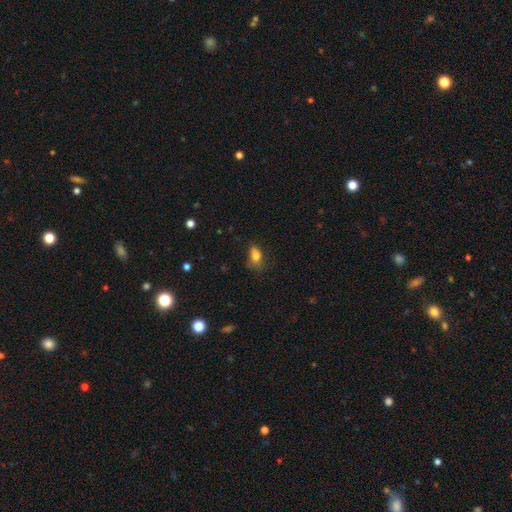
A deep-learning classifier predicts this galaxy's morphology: A smooth galaxy with no disk features (79%) that is in between round and cigar-shaped (82%).

Vote fractions:
- Smooth or featured? smooth: 79% / star or artifact: 11% / featured or disk: 10%
- How rounded? in between: 82% / round: 13% / cigar-shaped: 4%
- Merging? none: 53% / minor disturbance: 30% / major disturbance: 14% / merger: 2%